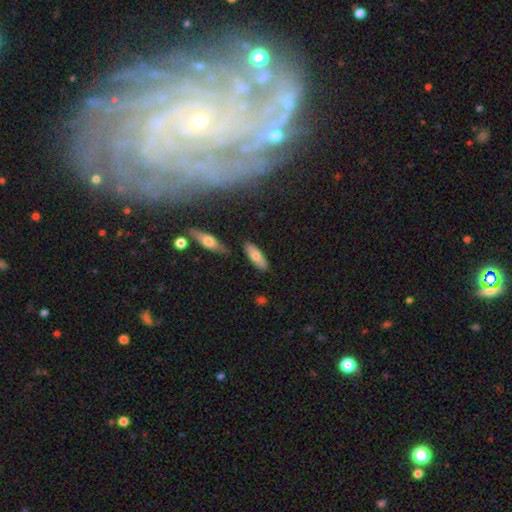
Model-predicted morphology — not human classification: Smooth or featured: smooth — 71% (featured or disk — 22%)
How rounded: in between — 64% (cigar-shaped — 34%)
Merging: none — 82% (minor disturbance — 12%)